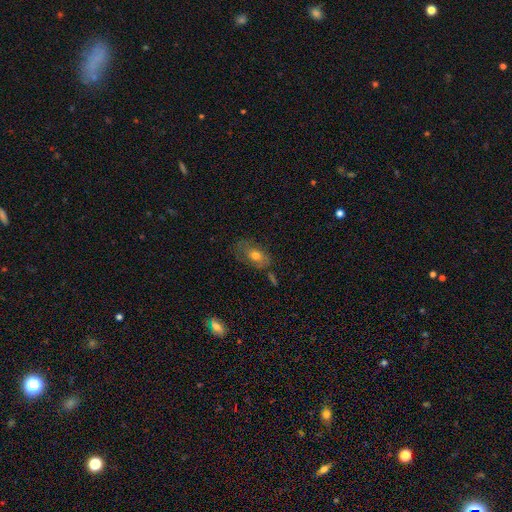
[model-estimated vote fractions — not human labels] This is likely a smooth galaxy (64%). How rounded: clearly in between (85%). Merging: possibly none (58%).